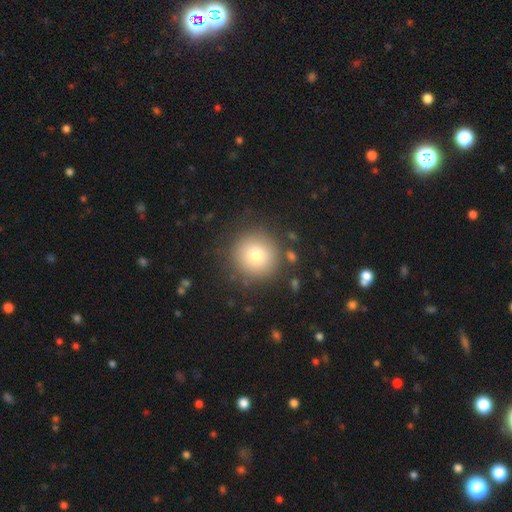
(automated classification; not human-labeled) This appears to be a smooth galaxy with no disk features (77%) that is round (95%). Merging: none (86%).